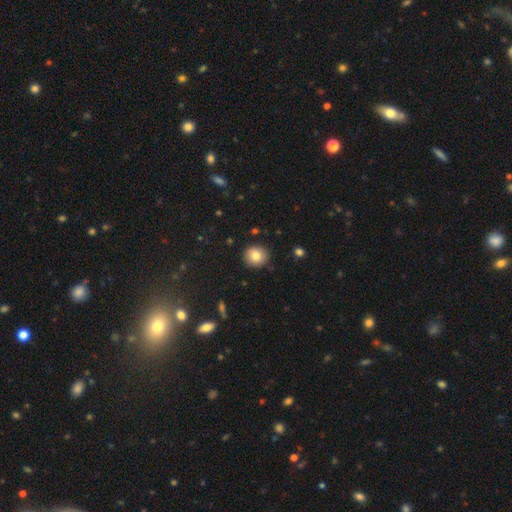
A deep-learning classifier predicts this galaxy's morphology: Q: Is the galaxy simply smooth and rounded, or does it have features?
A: smooth — 80%.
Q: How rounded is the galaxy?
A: round — 90%.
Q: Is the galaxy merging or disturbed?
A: none — 90%.